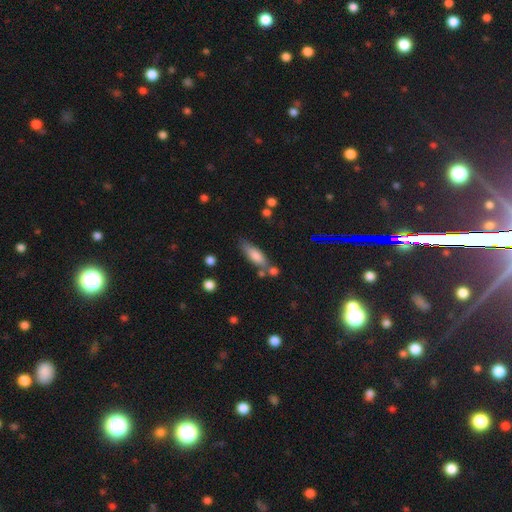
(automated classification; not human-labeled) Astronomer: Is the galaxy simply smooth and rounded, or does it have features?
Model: smooth — 76%.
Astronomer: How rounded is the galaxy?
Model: in between — 60% (runner-up: cigar-shaped, 37%).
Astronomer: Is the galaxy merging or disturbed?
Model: none — 61%.